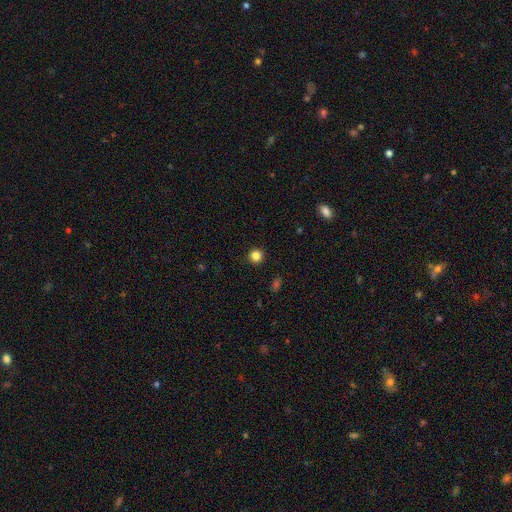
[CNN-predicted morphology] Smooth or featured? Predicted: smooth (p=0.84). How rounded? Predicted: round (p=0.95). Merging? Predicted: none (p=0.93).